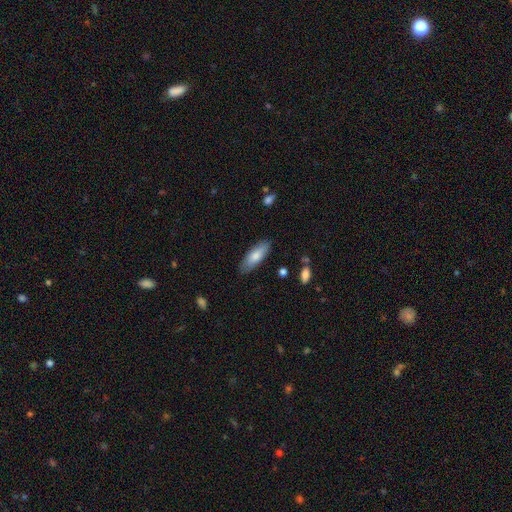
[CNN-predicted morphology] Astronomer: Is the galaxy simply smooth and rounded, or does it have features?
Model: smooth — 77%.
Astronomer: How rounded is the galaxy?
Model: in between — 63%.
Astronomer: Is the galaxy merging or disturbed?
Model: none — 84%.